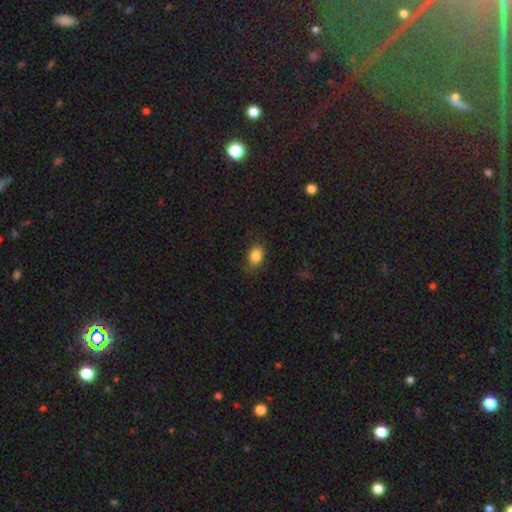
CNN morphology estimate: smooth 85%, star or artifact 9%, featured or disk 6%. Down the decision tree: how rounded — in between (76%); merging — none (78%).